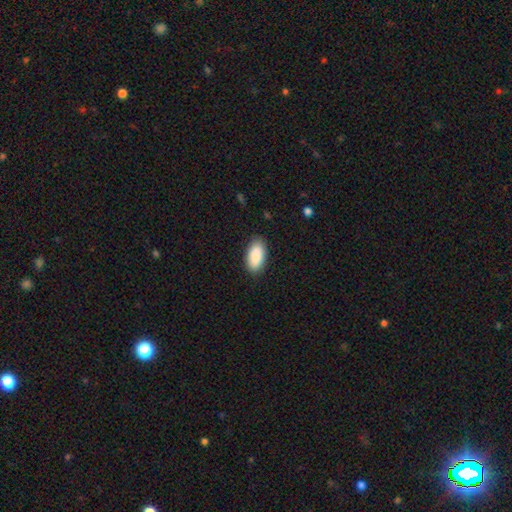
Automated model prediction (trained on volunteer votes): Morphology: type=smooth (90%); roundness=in between (93%); merging=none (86%).